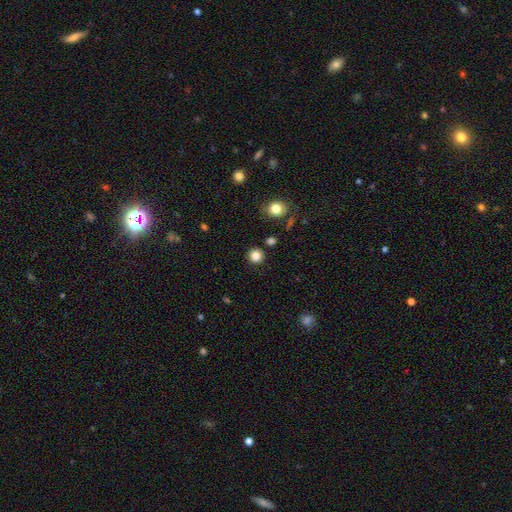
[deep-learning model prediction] Q: Smooth or featured?
A: smooth (84%); runner-up: star or artifact (12%)
Q: How rounded?
A: round (93%); runner-up: in between (6%)
Q: Merging?
A: none (90%); runner-up: minor disturbance (6%)